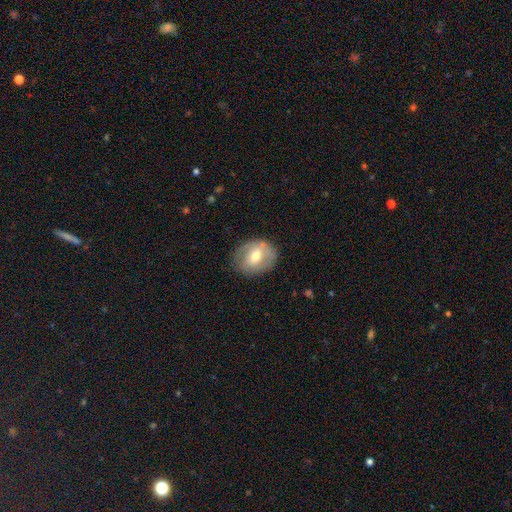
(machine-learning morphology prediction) This appears to be a smooth galaxy with no disk features (55%) that is round (58%). Merging: none (75%).